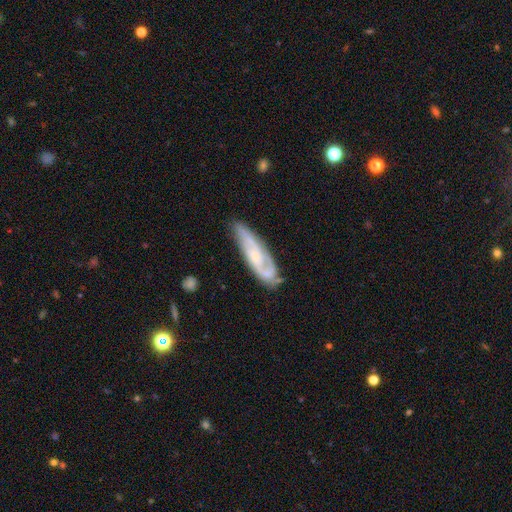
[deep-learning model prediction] This appears to be a featured or disk galaxy (70%) with no bar (60%), spiral arms (88%) and a small central bulge (55%). Merging: none (65%).